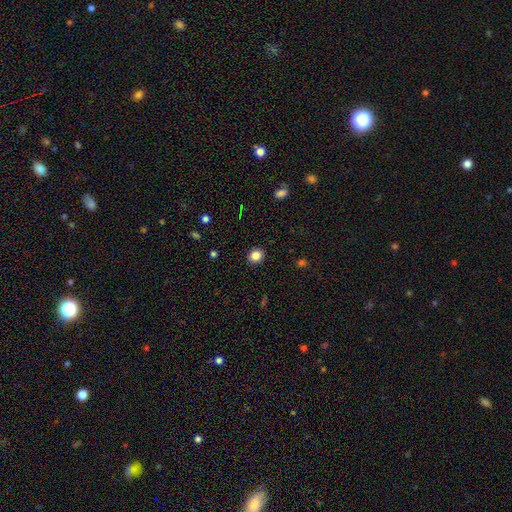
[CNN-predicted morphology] Smooth or featured: smooth — 85% (star or artifact — 11%)
How rounded: round — 76% (in between — 23%)
Merging: none — 91% (minor disturbance — 6%)